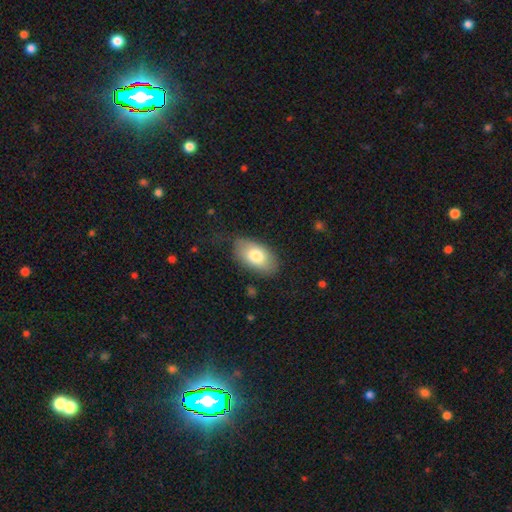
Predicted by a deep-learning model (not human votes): Smooth or featured? smooth (77%)
How rounded? in between (92%)
Merging? none (74%)